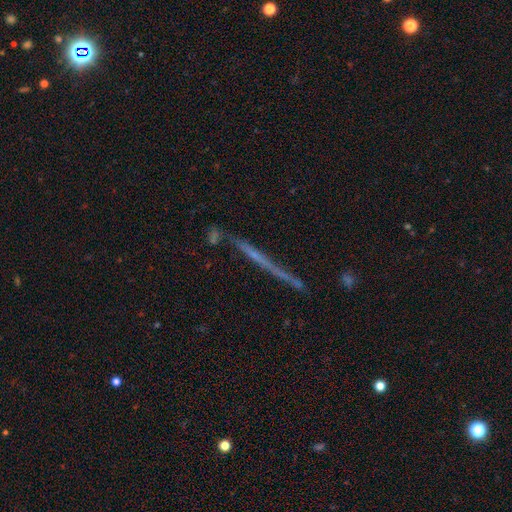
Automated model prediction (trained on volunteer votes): smooth-or-featured: featured or disk: 61% | smooth: 26% | star or artifact: 12%
  disk-edge-on: yes: 93% | no: 7%
    edge-on-bulge: none: 80% | rounded: 14% | boxy: 6%
  merging: none: 71% | minor disturbance: 16% | merger: 8% | major disturbance: 6%